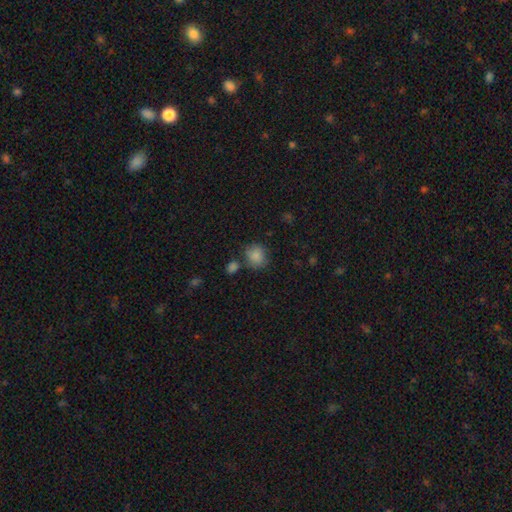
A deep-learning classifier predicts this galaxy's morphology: Smooth or featured? smooth (85%)
How rounded? round (74%)
Merging? none (72%)